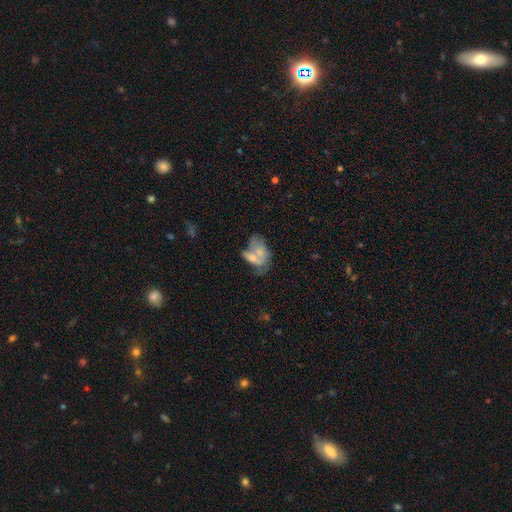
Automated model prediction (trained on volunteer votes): Morphology: type=smooth (47%); merging=merger (61%).